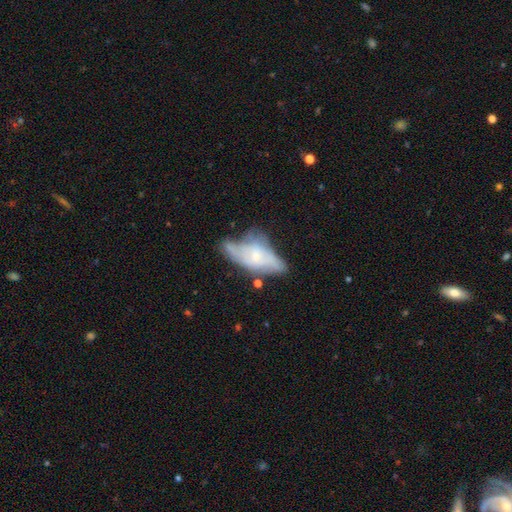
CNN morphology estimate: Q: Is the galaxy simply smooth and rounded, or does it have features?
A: featured or disk — 60%.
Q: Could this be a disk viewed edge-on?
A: no — 75%.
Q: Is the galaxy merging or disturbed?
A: none — 39%.